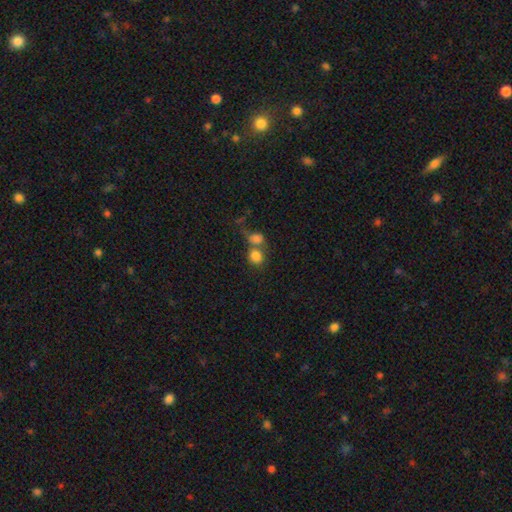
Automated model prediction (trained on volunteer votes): A smooth galaxy with no disk features (80%) that is round (71%). Merging: merger (55%).